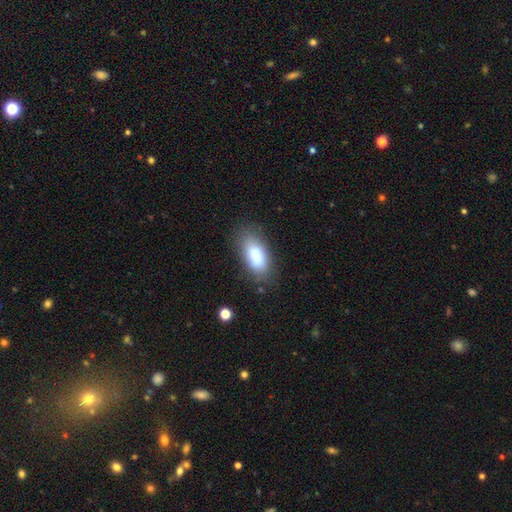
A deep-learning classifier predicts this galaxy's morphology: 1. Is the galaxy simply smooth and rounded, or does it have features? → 80% smooth, 12% featured or disk, 8% star or artifact.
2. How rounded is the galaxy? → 87% in between, 10% cigar-shaped, 3% round.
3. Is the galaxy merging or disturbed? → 75% none, 16% minor disturbance, 6% major disturbance, 3% merger.